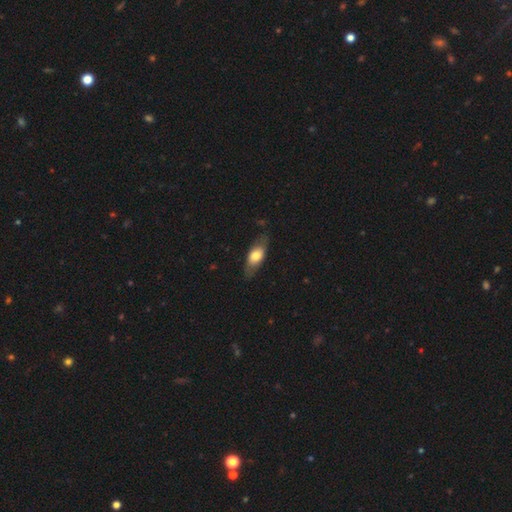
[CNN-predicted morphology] Q: Smooth or featured?
A: smooth (64%); runner-up: featured or disk (30%)
Q: How rounded?
A: in between (78%); runner-up: cigar-shaped (18%)
Q: Merging?
A: none (76%); runner-up: minor disturbance (17%)